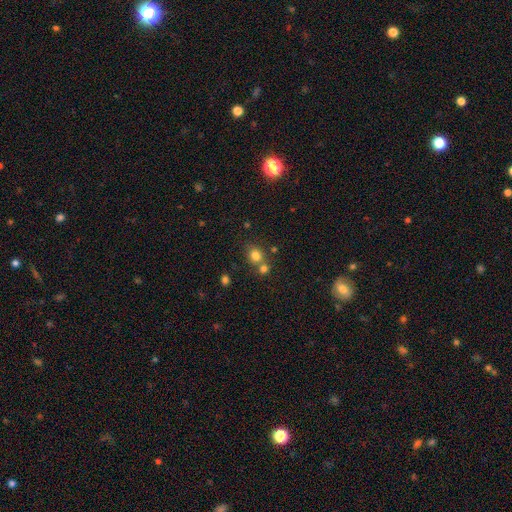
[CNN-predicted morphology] smooth_or_featured: smooth (p=0.79) [alt: star or artifact p=0.14]
how_rounded: round (p=0.78) [alt: in between p=0.21]
merging: none (p=0.58) [alt: merger p=0.31]